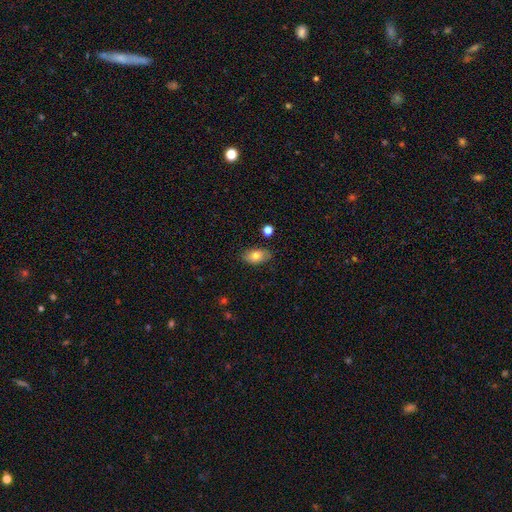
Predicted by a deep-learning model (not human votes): Smooth or featured?
  - smooth: 77% *
  - featured or disk: 15%
  - star or artifact: 8%
How rounded?
  - in between: 91% *
  - round: 6%
  - cigar-shaped: 3%
Merging?
  - none: 81% *
  - minor disturbance: 14%
  - major disturbance: 3%
  - merger: 2%